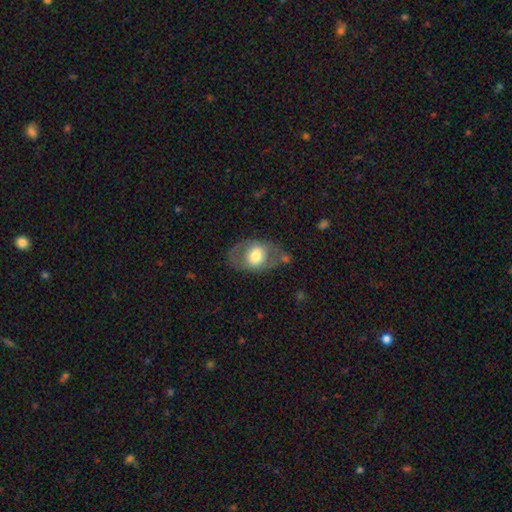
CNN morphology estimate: Q: Smooth or featured?
A: smooth (50%); runner-up: featured or disk (43%)
Q: How rounded?
A: in between (70%); runner-up: round (28%)
Q: Merging?
A: none (61%); runner-up: minor disturbance (21%)